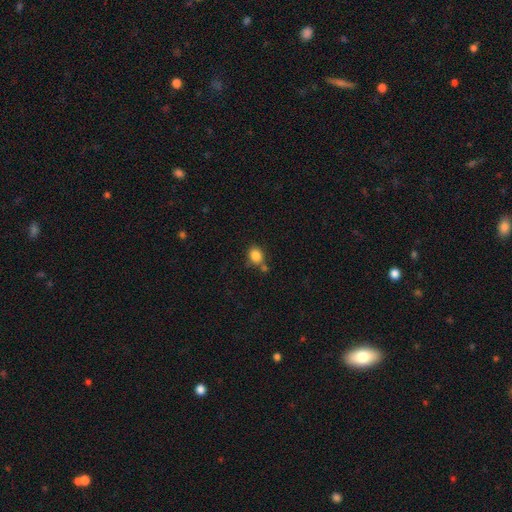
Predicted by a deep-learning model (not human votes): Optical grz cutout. It shows a smooth galaxy with no disk features (85%) that is round (58%). Merging: none (61%).